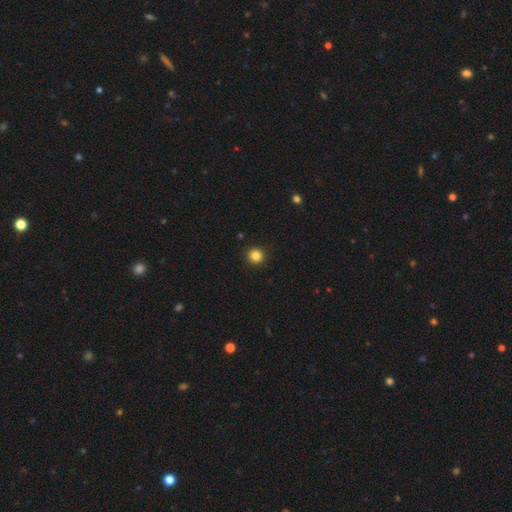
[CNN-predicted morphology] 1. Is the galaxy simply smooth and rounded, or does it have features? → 84% smooth, 12% star or artifact, 4% featured or disk.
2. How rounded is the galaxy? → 94% round, 6% in between, 1% cigar-shaped.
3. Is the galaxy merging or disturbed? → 92% none, 5% minor disturbance, 2% major disturbance, 1% merger.